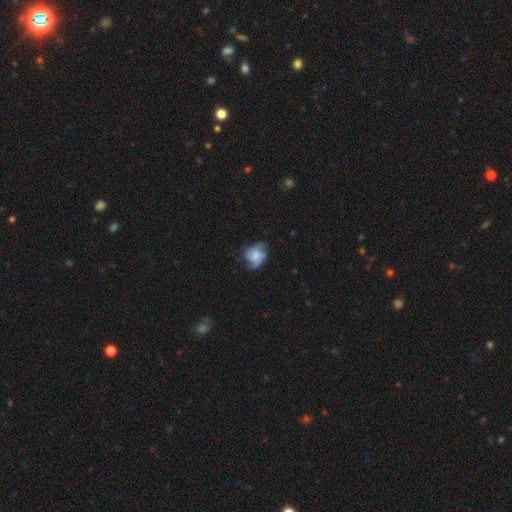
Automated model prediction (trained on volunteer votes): Smooth or featured? featured or disk (52%)
Edge-on disk? no (97%)
Merging? none (50%)